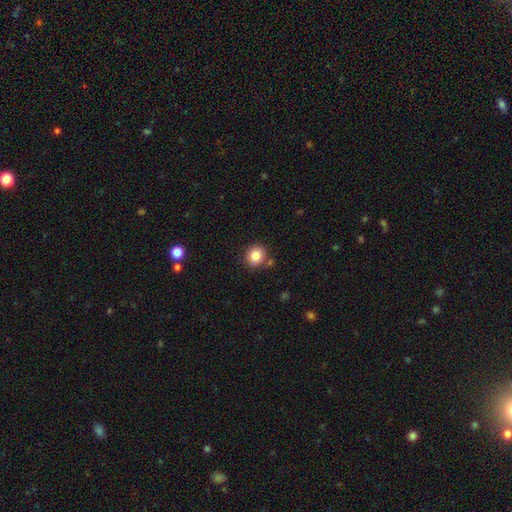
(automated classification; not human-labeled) smooth 83%, star or artifact 10%, featured or disk 7%. Down the decision tree: how rounded — round (79%); merging — none (81%).